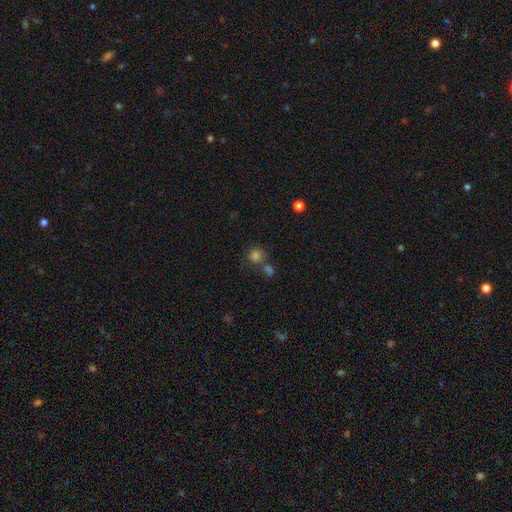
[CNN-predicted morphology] Q: Smooth or featured?
A: smooth (77%); runner-up: star or artifact (16%)
Q: How rounded?
A: round (86%); runner-up: in between (13%)
Q: Merging?
A: none (59%); runner-up: merger (26%)